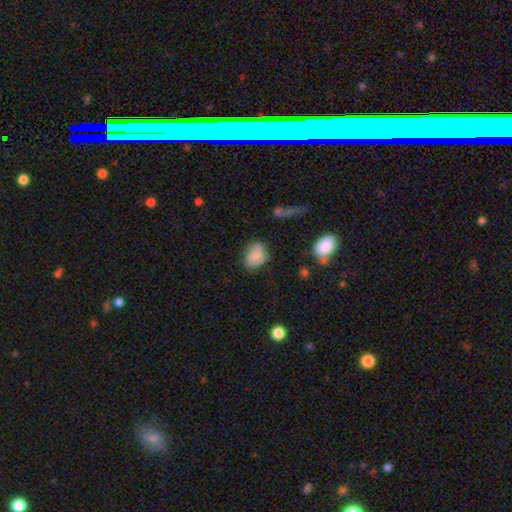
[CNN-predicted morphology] Smooth or featured?
  - smooth: 77% *
  - featured or disk: 15%
  - star or artifact: 9%
How rounded?
  - in between: 67% *
  - round: 31%
  - cigar-shaped: 1%
Merging?
  - none: 62% *
  - minor disturbance: 27%
  - major disturbance: 8%
  - merger: 3%